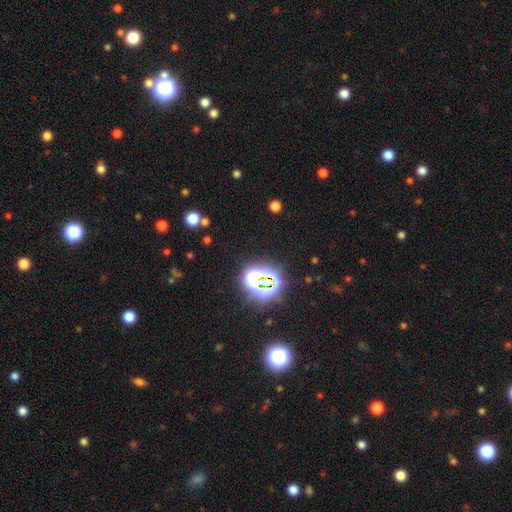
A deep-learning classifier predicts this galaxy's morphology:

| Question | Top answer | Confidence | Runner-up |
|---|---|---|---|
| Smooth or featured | star or artifact | 81% | smooth (12%) |